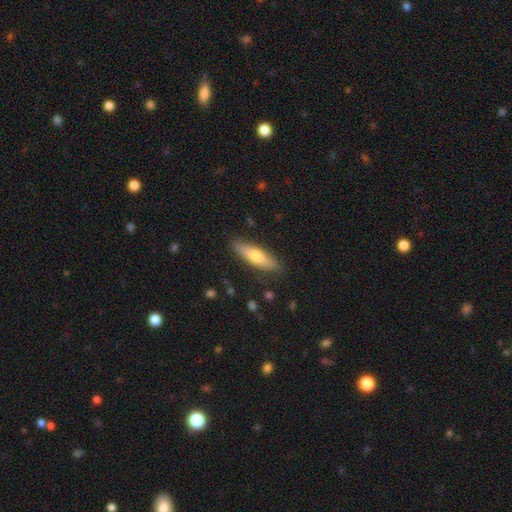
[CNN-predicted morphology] This is likely a smooth galaxy (64%). How rounded: possibly cigar-shaped (59%). Merging: clearly none (87%).